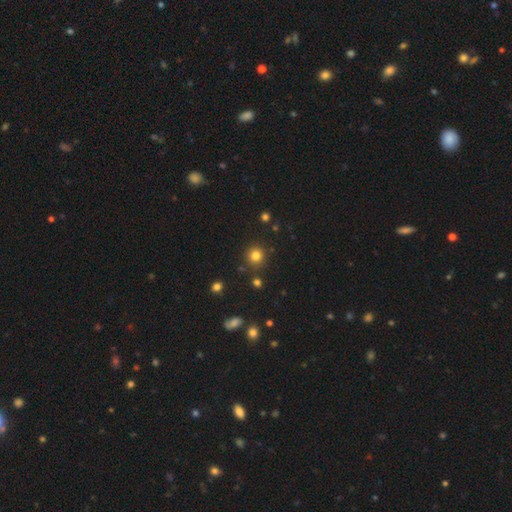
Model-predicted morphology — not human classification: The model was most divided on "smooth or featured": smooth: 80%, star or artifact: 14%, featured or disk: 6%. More confident: how rounded — round (93%); merging — none (87%).